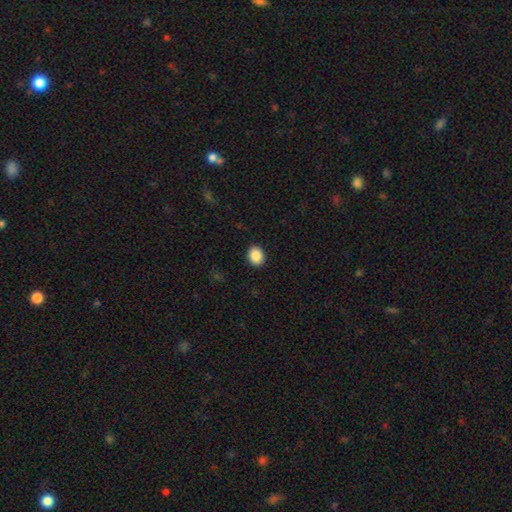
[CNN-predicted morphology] Smooth or featured? Predicted: smooth (p=0.88). How rounded? Predicted: round (p=0.58). Merging? Predicted: none (p=0.91).